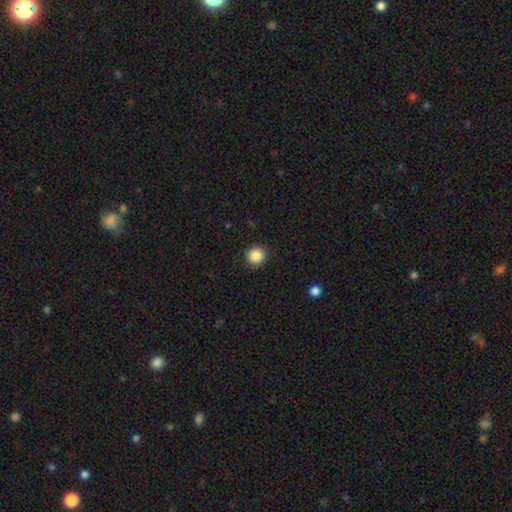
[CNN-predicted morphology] Smooth or featured? smooth (87%)
How rounded? round (94%)
Merging? none (92%)